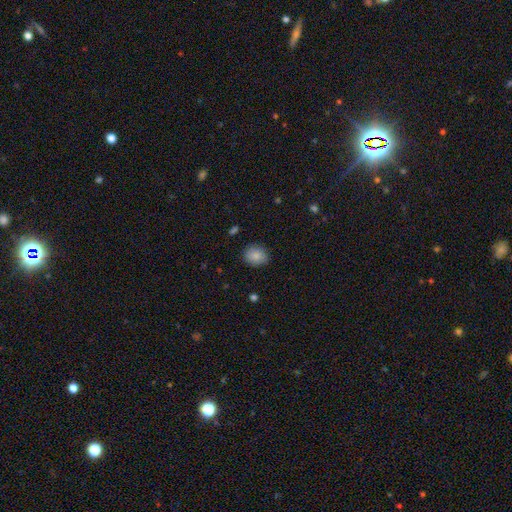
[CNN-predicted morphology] smooth-or-featured: smooth: 86% | star or artifact: 8% | featured or disk: 7%
  how-rounded: round: 64% | in between: 35% | cigar-shaped: 1%
  merging: none: 84% | minor disturbance: 12% | major disturbance: 3% | merger: 1%